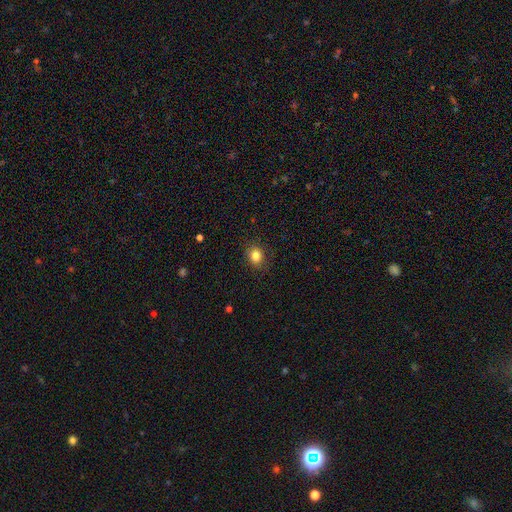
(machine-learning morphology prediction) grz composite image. It shows a smooth galaxy with no disk features (84%) that is round (52%). Merging: none (87%).